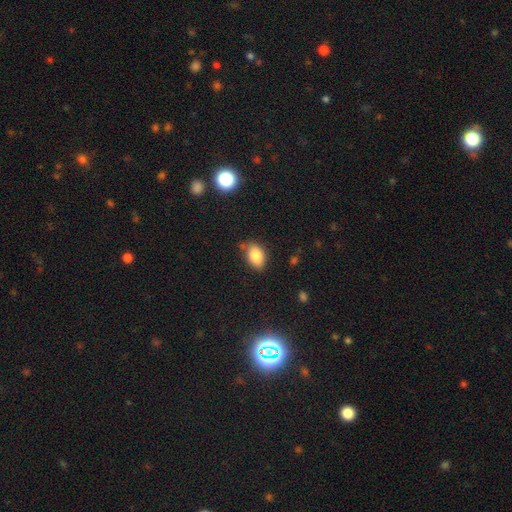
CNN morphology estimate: smooth 84%, star or artifact 9%, featured or disk 8%. Down the decision tree: how rounded — in between (86%); merging — none (74%).